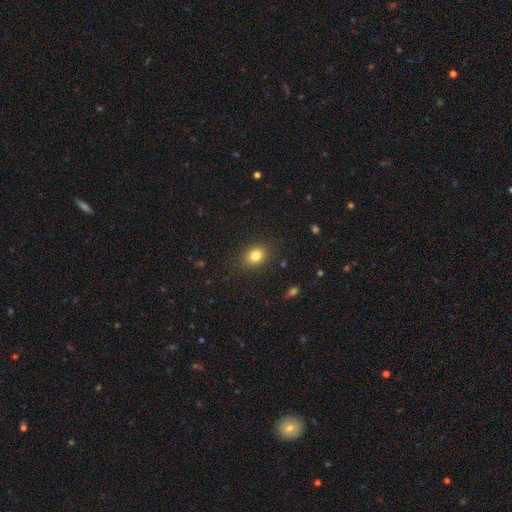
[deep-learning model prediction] A smooth galaxy with no disk features (81%) that is round (53%).

Vote fractions:
- Smooth or featured? smooth: 81% / star or artifact: 11% / featured or disk: 7%
- How rounded? round: 53% / in between: 46% / cigar-shaped: 1%
- Merging? none: 86% / minor disturbance: 10% / major disturbance: 3% / merger: 1%